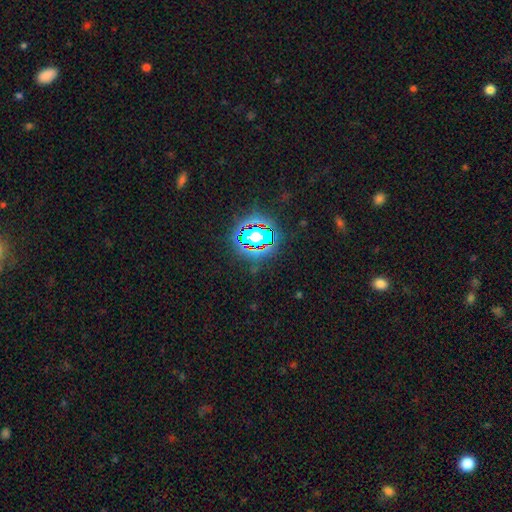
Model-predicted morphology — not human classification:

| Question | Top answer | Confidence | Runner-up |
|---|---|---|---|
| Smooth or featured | star or artifact | 79% | smooth (13%) |